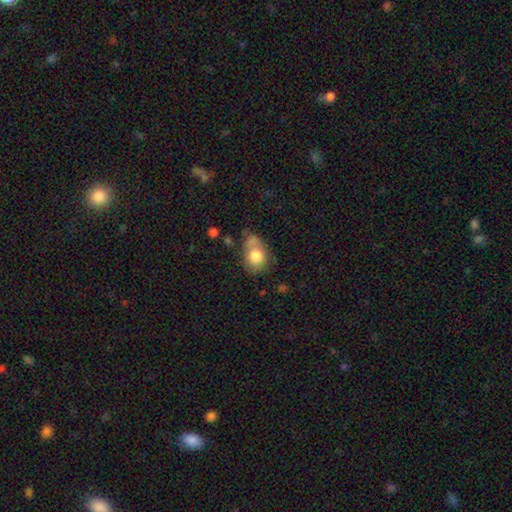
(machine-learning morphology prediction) smooth 77%, featured or disk 15%, star or artifact 8%. Down the decision tree: how rounded — in between (65%); merging — none (38%).